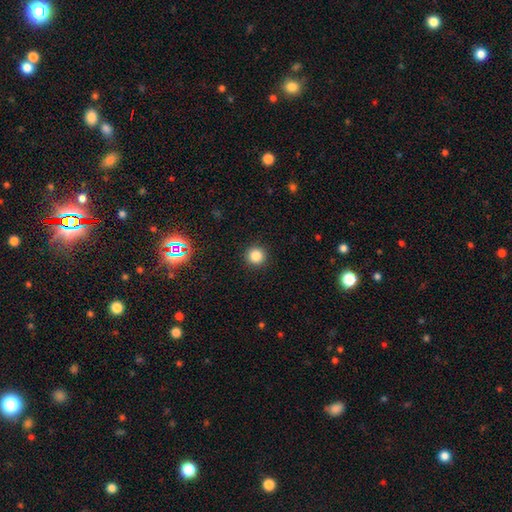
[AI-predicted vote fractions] A smooth galaxy with no disk features (83%) that is round (95%). Merging: none (92%).